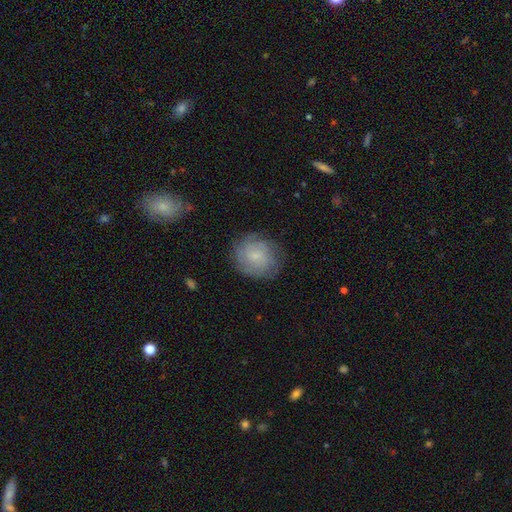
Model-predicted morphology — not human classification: A smooth galaxy with no disk features (51%) that is round (80%). Merging: none (76%).